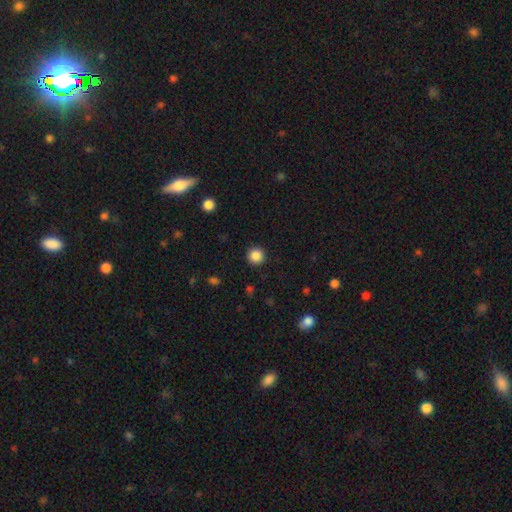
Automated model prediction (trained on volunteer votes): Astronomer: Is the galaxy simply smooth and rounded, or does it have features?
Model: smooth — 87%.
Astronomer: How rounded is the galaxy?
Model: round — 95%.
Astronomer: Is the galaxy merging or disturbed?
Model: none — 92%.